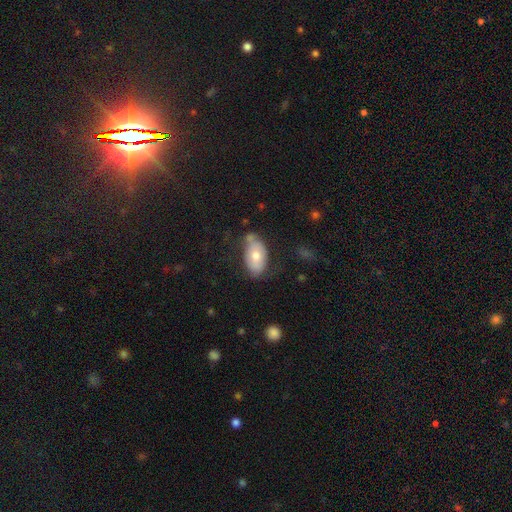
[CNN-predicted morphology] smooth-or-featured: smooth: 66% | featured or disk: 28% | star or artifact: 7%
  how-rounded: in between: 93% | round: 5% | cigar-shaped: 2%
  merging: none: 58% | minor disturbance: 27% | major disturbance: 10% | merger: 6%